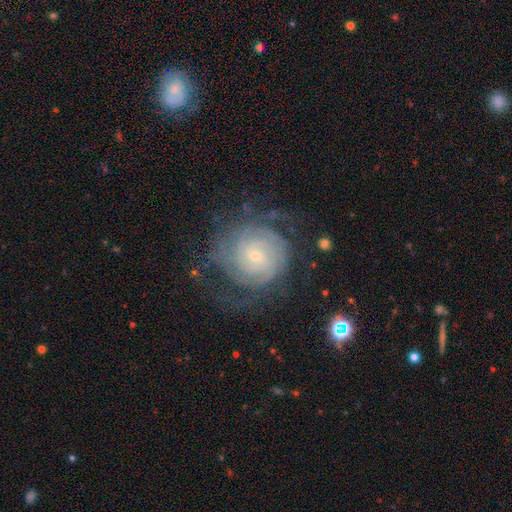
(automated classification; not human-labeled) smooth-or-featured: featured or disk: 81% | smooth: 12% | star or artifact: 7%
  disk-edge-on: no: 97% | yes: 3%
    bar: no: 64% | weak: 30% | strong: 6%
    has-spiral-arms: yes: 95% | no: 5%
      spiral-winding: tight: 74% | medium: 21% | loose: 5%
      spiral-arm-count: can't tell: 40% | 2: 22% | 3: 14% | 4: 11% | more than 4: 6% | 1: 6%
    bulge-size: small: 78% | moderate: 17% | none: 3% | large: 2% | dominant: 1%
  merging: none: 65% | minor disturbance: 18% | major disturbance: 15% | merger: 1%